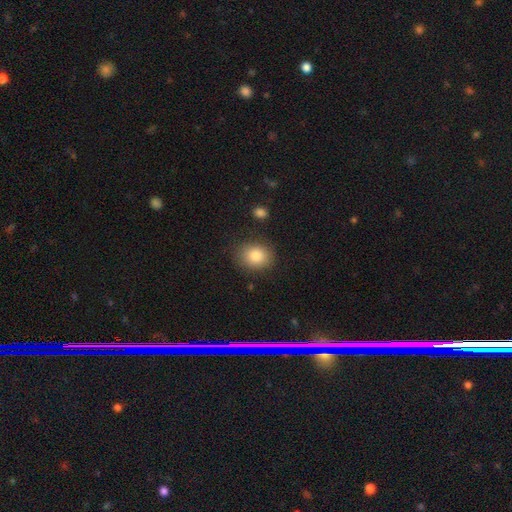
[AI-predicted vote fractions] Smooth or featured? smooth (85%)
How rounded? round (53%)
Merging? none (82%)